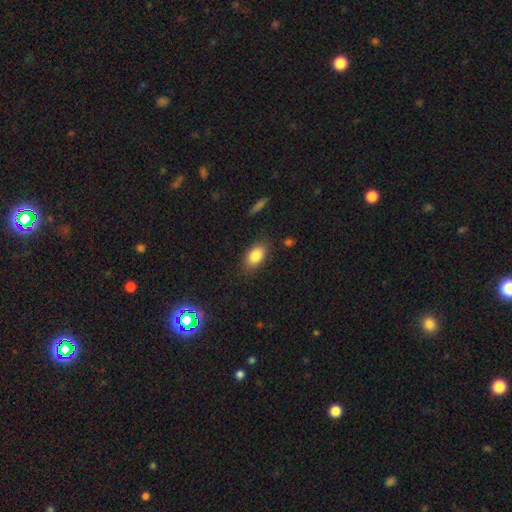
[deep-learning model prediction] Overall: smooth (84%). How rounded: in between (88%). Merging: none (84%).